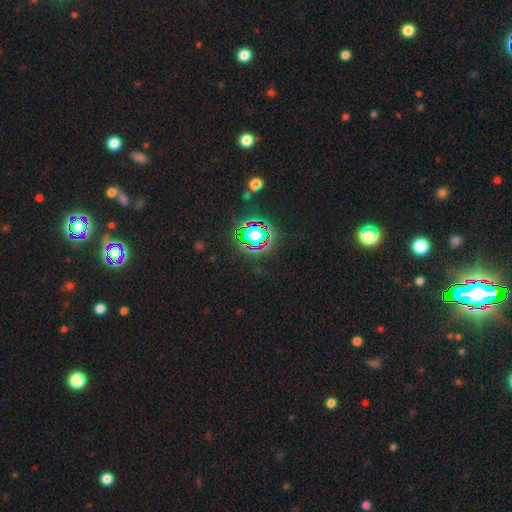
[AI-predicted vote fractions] A star or artifact, not a galaxy (80%).

Vote fractions:
- Smooth or featured? star or artifact: 80% / smooth: 12% / featured or disk: 7%